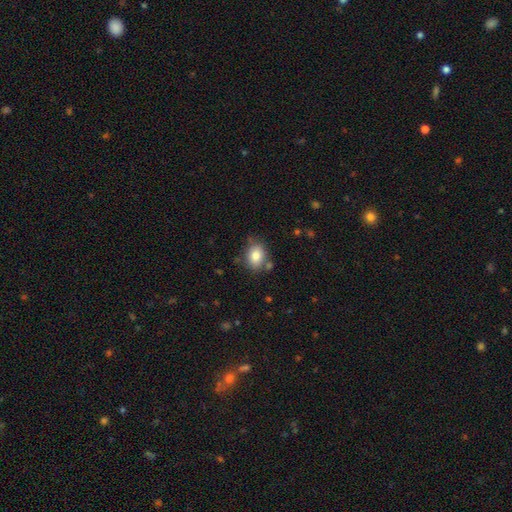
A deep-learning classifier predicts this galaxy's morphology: Overall: smooth (82%). How rounded: in between (66%; round 33%). Merging: none (73%).